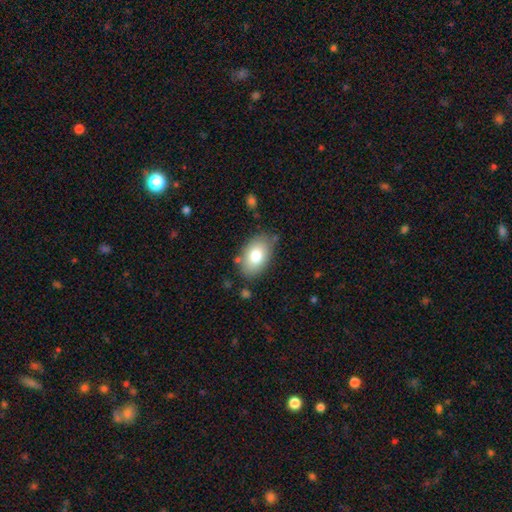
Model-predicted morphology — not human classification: The model was most divided on "smooth or featured": smooth: 77%, featured or disk: 15%, star or artifact: 8%. More confident: how rounded — in between (90%); merging — none (78%).